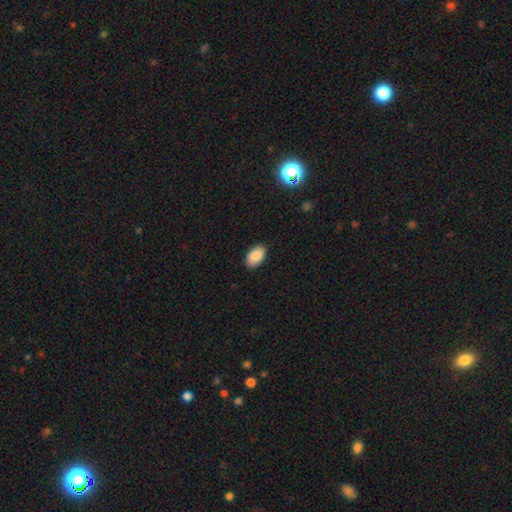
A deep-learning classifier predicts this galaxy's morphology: Smooth or featured?
  - smooth: 88% *
  - star or artifact: 7%
  - featured or disk: 5%
How rounded?
  - in between: 94% *
  - round: 5%
  - cigar-shaped: 1%
Merging?
  - none: 88% *
  - minor disturbance: 9%
  - major disturbance: 2%
  - merger: 1%